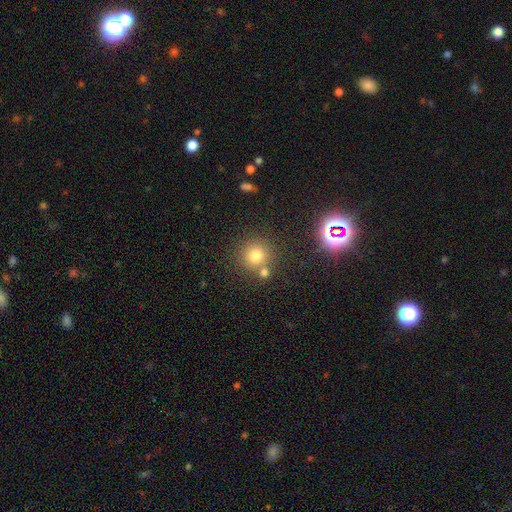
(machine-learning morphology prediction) Overall: smooth (77%). How rounded: round (92%). Merging: none (68%).